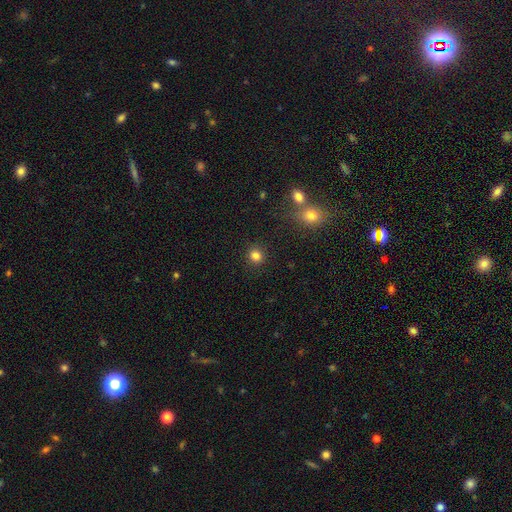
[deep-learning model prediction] Smooth or featured? Predicted: smooth (p=0.82). How rounded? Predicted: round (p=0.88). Merging? Predicted: none (p=0.89).